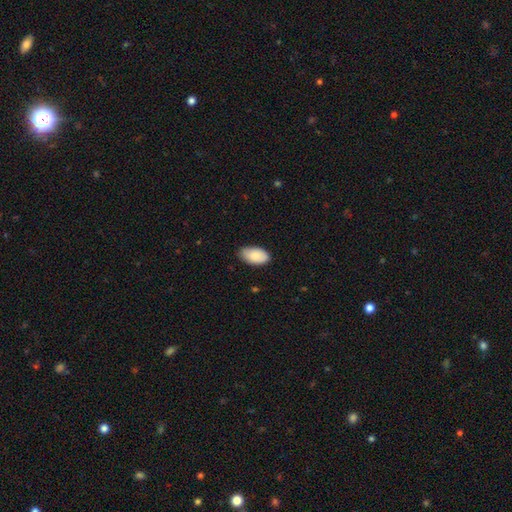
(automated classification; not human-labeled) This is clearly a smooth galaxy (85%). How rounded: clearly in between (96%). Merging: likely none (78%).